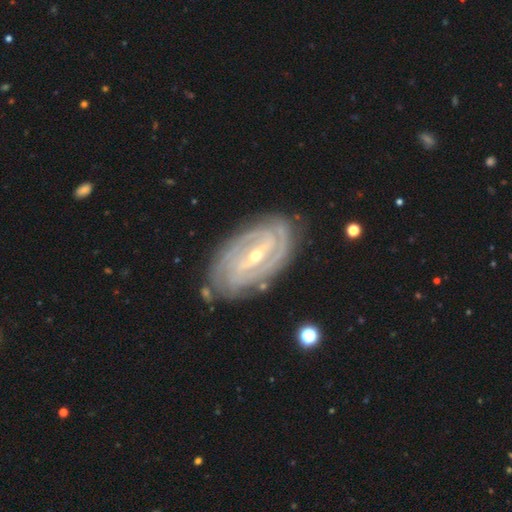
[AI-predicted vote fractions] Smooth or featured? featured or disk (92%)
Edge-on disk? no (95%)
Bar? strong (57%)
Spiral arms? yes (98%)
Spiral winding? tight (79%)
Spiral arm count? 2 (41%)
Bulge size? small (59%)
Merging? none (81%)